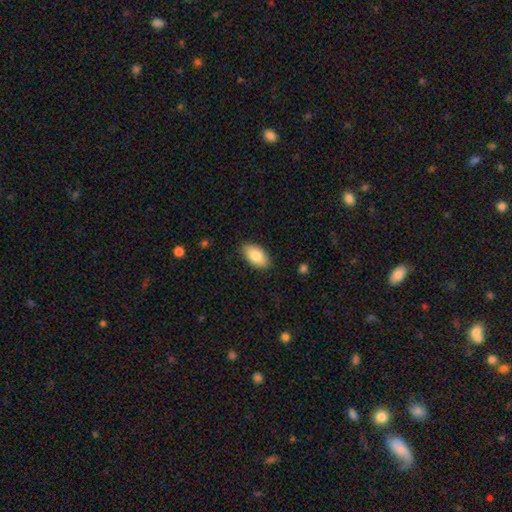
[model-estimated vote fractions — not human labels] Overall: smooth (84%). How rounded: in between (94%). Merging: none (88%).